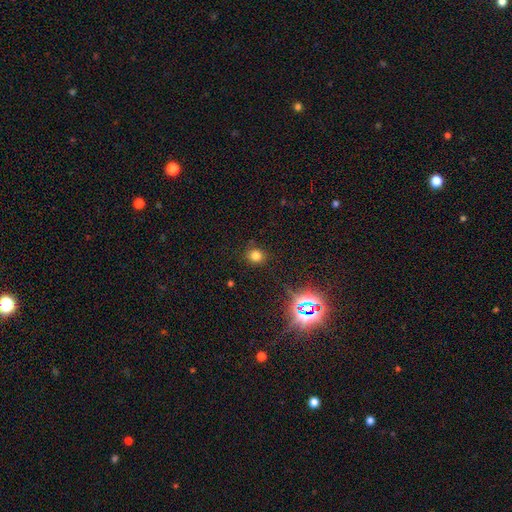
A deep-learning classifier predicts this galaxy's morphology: smooth 75%, star or artifact 19%, featured or disk 6%. Down the decision tree: how rounded — round (83%); merging — none (86%).